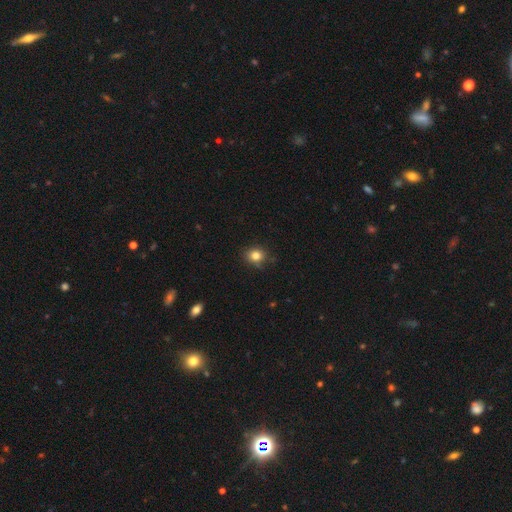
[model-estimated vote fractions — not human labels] This appears to be a smooth galaxy with no disk features (82%) that is round (74%). Merging: none (81%).